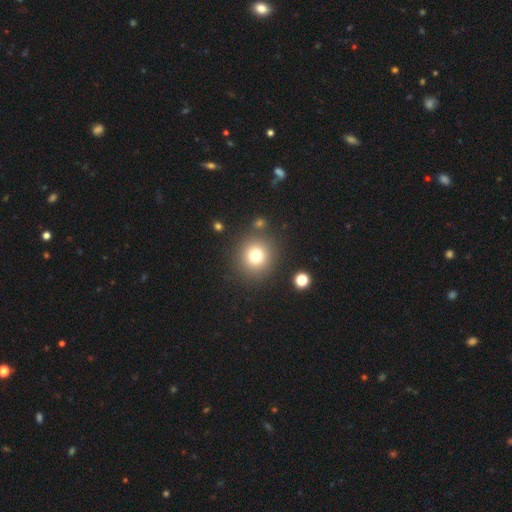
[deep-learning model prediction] Smooth or featured?
  - smooth: 76% *
  - star or artifact: 14%
  - featured or disk: 9%
How rounded?
  - round: 92% *
  - in between: 7%
  - cigar-shaped: 1%
Merging?
  - none: 85% *
  - minor disturbance: 7%
  - merger: 4%
  - major disturbance: 3%